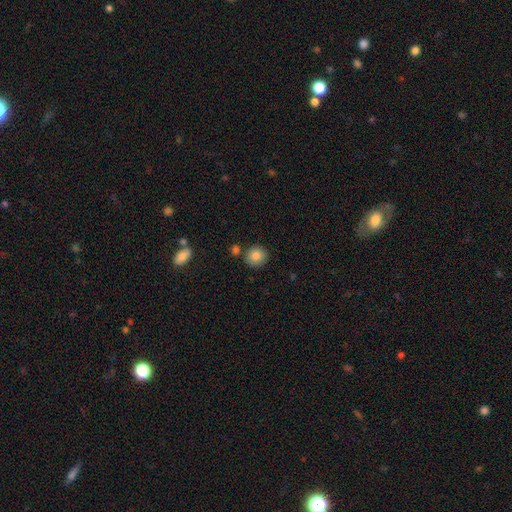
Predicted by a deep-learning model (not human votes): Overall: smooth (84%). How rounded: round (85%). Merging: none (80%).